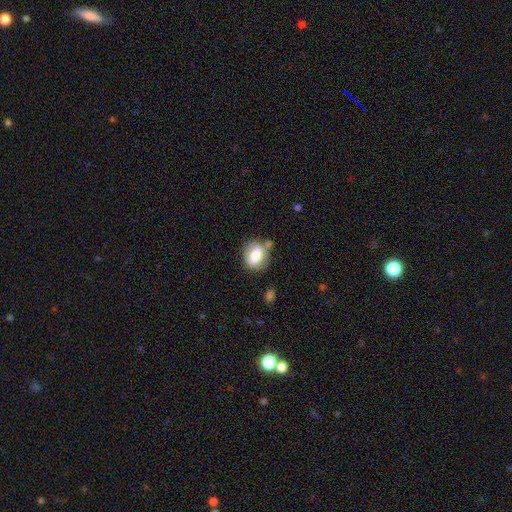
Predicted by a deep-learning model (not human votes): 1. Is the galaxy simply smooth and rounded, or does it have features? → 75% smooth, 17% featured or disk, 8% star or artifact.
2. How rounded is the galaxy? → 58% in between, 41% round, 2% cigar-shaped.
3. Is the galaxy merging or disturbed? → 58% none, 22% minor disturbance, 13% merger, 7% major disturbance.